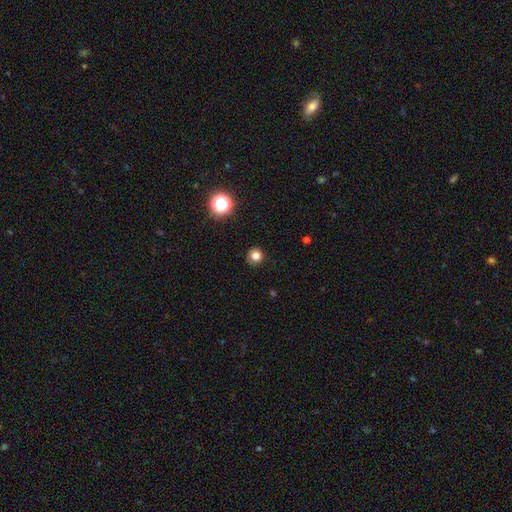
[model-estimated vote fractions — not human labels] Smooth or featured? Predicted: smooth (p=0.81). How rounded? Predicted: round (p=0.93). Merging? Predicted: none (p=0.90).